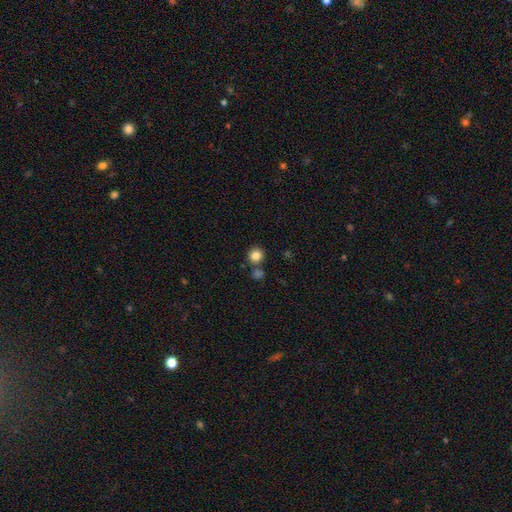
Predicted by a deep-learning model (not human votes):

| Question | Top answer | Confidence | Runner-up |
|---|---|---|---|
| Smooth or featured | smooth | 83% | star or artifact (11%) |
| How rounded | round | 92% | in between (7%) |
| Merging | none | 76% | merger (13%) |